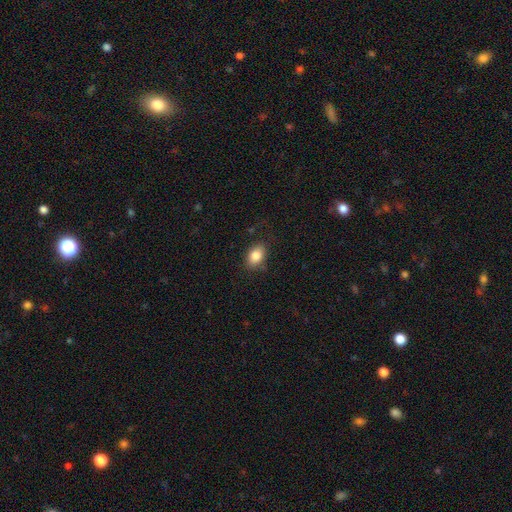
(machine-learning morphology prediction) smooth_or_featured: smooth (p=0.84) [alt: star or artifact p=0.08]
how_rounded: in between (p=0.83) [alt: round p=0.16]
merging: none (p=0.79) [alt: minor disturbance p=0.15]